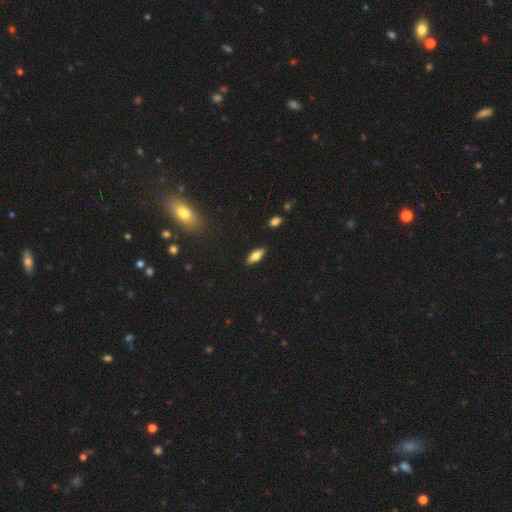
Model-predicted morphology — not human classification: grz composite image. It shows a smooth galaxy with no disk features (66%) that is in between round and cigar-shaped (71%). Merging: none (88%).